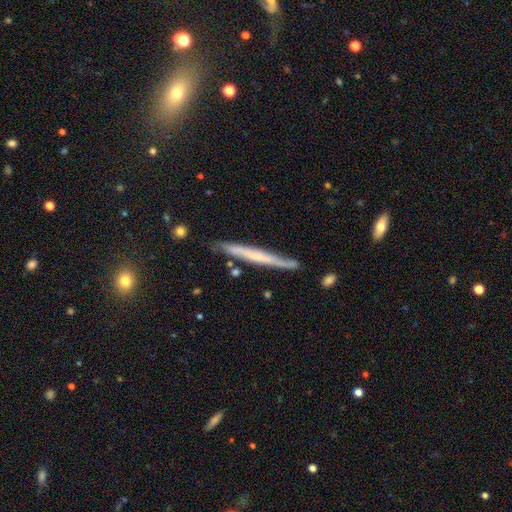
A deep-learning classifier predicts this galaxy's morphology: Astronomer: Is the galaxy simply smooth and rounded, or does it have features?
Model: featured or disk — 54% (runner-up: smooth, 40%).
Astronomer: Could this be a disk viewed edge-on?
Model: yes — 94%.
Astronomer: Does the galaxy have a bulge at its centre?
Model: none — 76%.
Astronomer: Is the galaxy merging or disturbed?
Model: none — 80%.